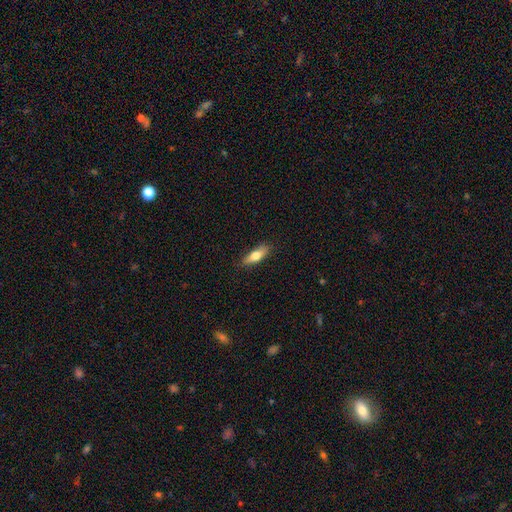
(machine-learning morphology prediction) Overall: smooth (67%). How rounded: in between (54%; cigar-shaped 43%). Merging: none (82%).